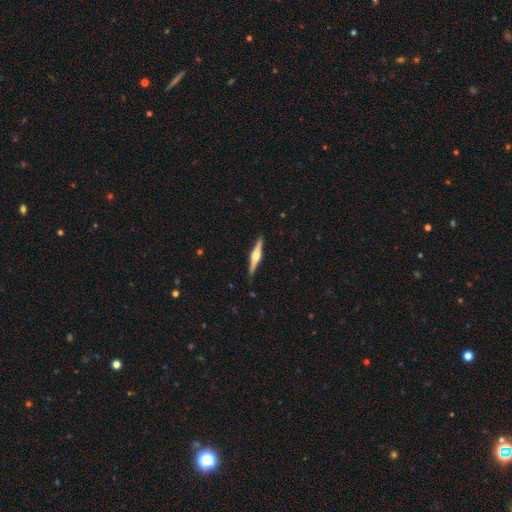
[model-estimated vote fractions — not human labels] This appears to be a featured or disk galaxy (74%) viewed edge-on (98%) with a rounded central bulge (88%). Merging: none (90%).